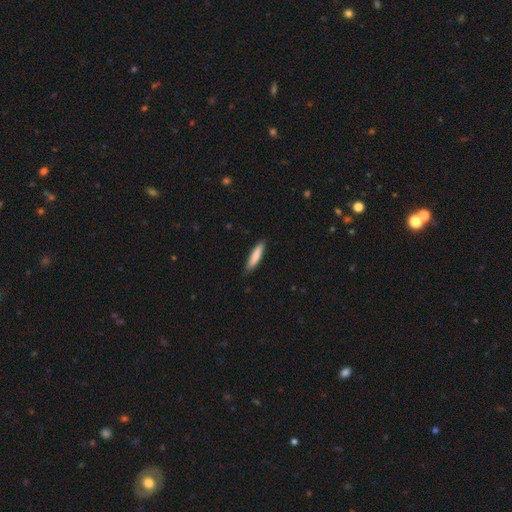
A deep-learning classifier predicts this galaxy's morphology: Smooth or featured?
  - smooth: 81% *
  - featured or disk: 13%
  - star or artifact: 5%
How rounded?
  - cigar-shaped: 82% *
  - in between: 17%
  - round: 1%
Merging?
  - none: 84% *
  - minor disturbance: 13%
  - major disturbance: 2%
  - merger: 1%